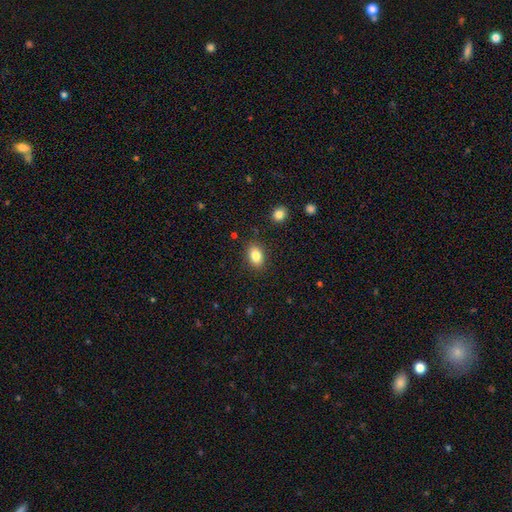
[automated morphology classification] Smooth or featured?
  - smooth: 84% *
  - star or artifact: 9%
  - featured or disk: 7%
How rounded?
  - in between: 83% *
  - round: 15%
  - cigar-shaped: 2%
Merging?
  - none: 85% *
  - minor disturbance: 10%
  - major disturbance: 3%
  - merger: 2%